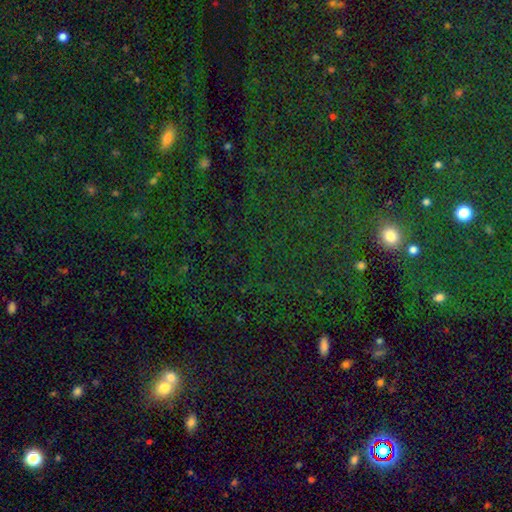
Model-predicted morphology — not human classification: Smooth or featured?
  - star or artifact: 73% *
  - smooth: 18%
  - featured or disk: 9%